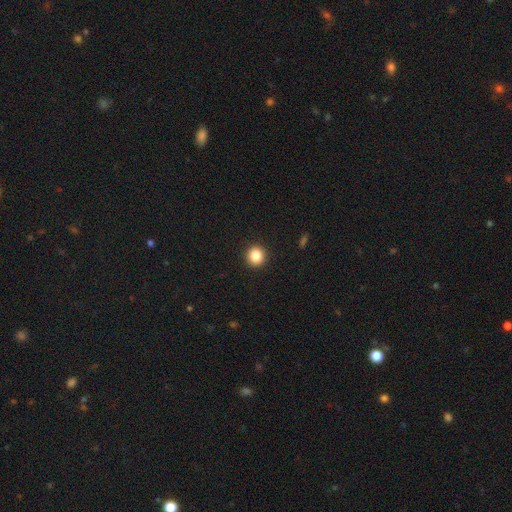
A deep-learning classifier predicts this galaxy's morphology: This appears to be a smooth galaxy with no disk features (86%) that is round (93%). Merging: none (93%).